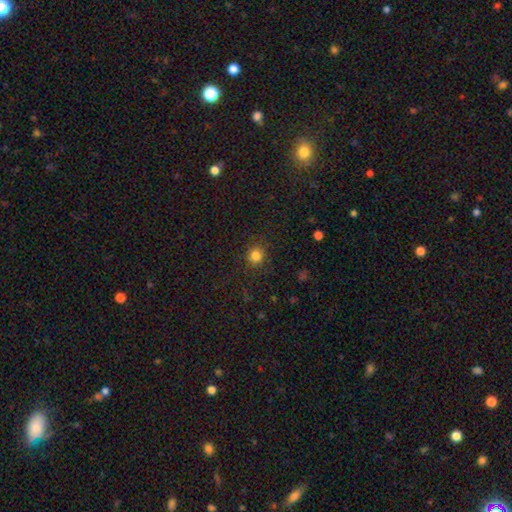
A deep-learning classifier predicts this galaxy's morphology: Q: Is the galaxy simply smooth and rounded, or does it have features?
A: smooth — 83%.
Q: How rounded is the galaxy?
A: round — 90%.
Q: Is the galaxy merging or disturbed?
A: none — 88%.